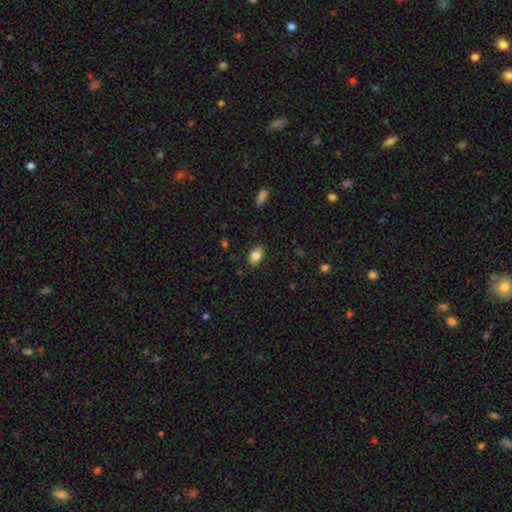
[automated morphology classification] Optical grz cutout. It shows a smooth galaxy with no disk features (82%) that is in between round and cigar-shaped (84%). Merging: none (84%).